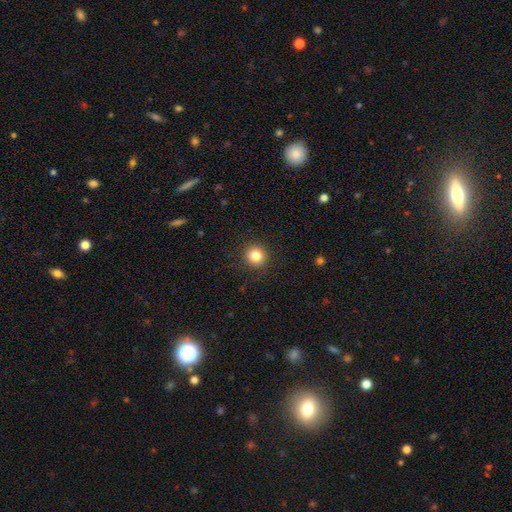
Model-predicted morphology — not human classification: Smooth or featured? smooth (84%)
How rounded? round (92%)
Merging? none (91%)